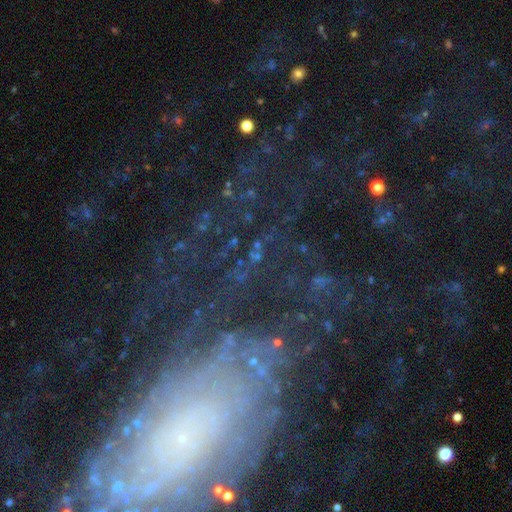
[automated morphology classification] type=star or artifact (55%).